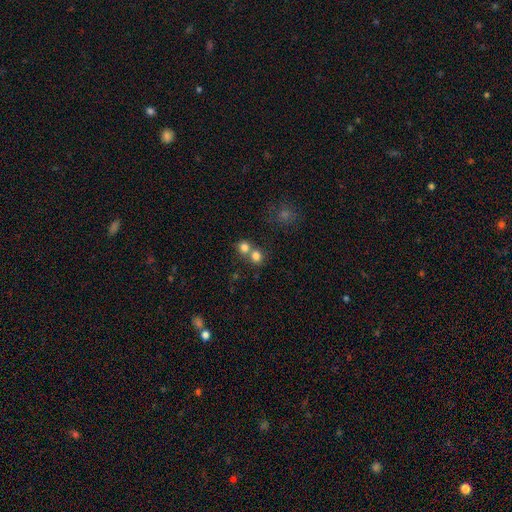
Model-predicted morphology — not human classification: Q: Smooth or featured?
A: smooth (78%); runner-up: star or artifact (13%)
Q: How rounded?
A: round (85%); runner-up: in between (14%)
Q: Merging?
A: merger (47%); runner-up: none (46%)